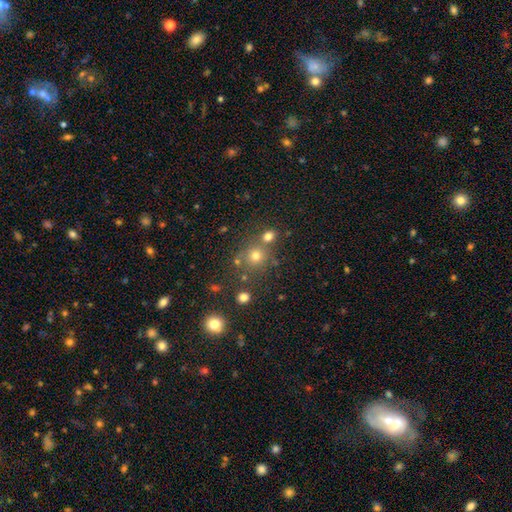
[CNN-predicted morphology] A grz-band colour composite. It shows a smooth galaxy with no disk features (67%) that is round (88%). Merging: none (68%).